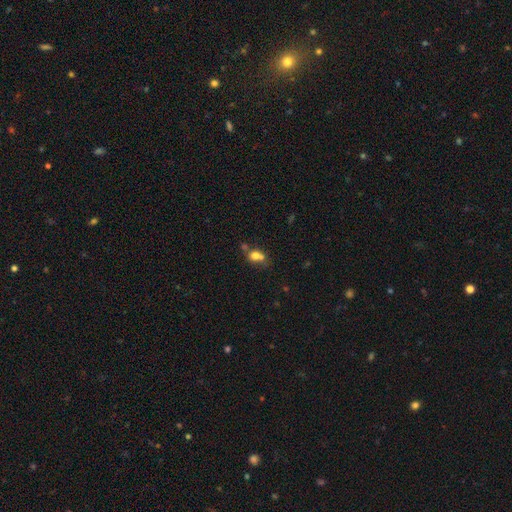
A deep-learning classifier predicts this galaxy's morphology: This is likely a smooth galaxy (71%). How rounded: possibly round (58%). Merging: marginally merger (43%).